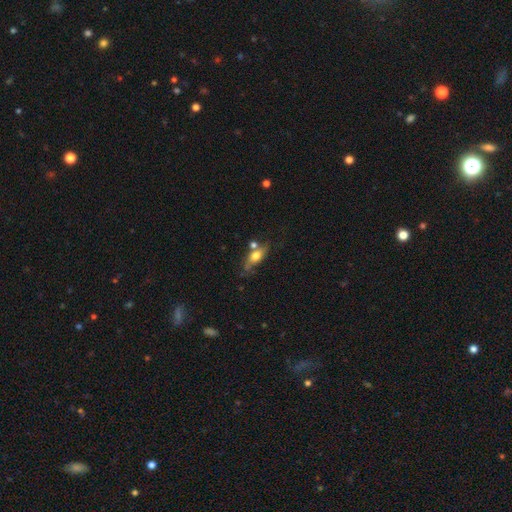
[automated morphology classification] A smooth galaxy with no disk features (59%) that is in between round and cigar-shaped (69%).

Vote fractions:
- Smooth or featured? smooth: 59% / featured or disk: 32% / star or artifact: 9%
- How rounded? in between: 69% / cigar-shaped: 18% / round: 12%
- Merging? none: 49% / minor disturbance: 22% / merger: 19% / major disturbance: 10%